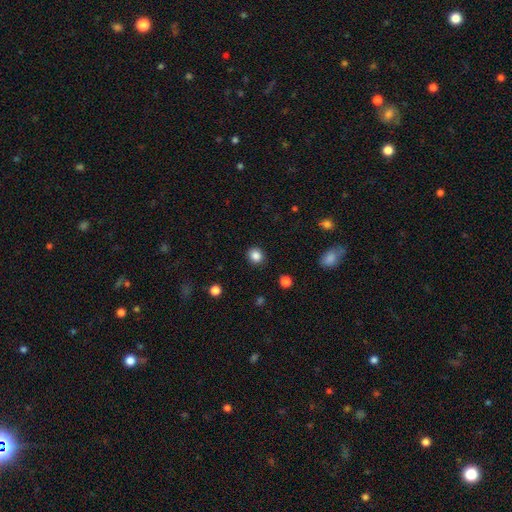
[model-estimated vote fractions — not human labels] smooth-or-featured: smooth: 85% | star or artifact: 11% | featured or disk: 4%
  how-rounded: round: 84% | in between: 15% | cigar-shaped: 1%
  merging: none: 89% | minor disturbance: 7% | major disturbance: 2% | merger: 1%